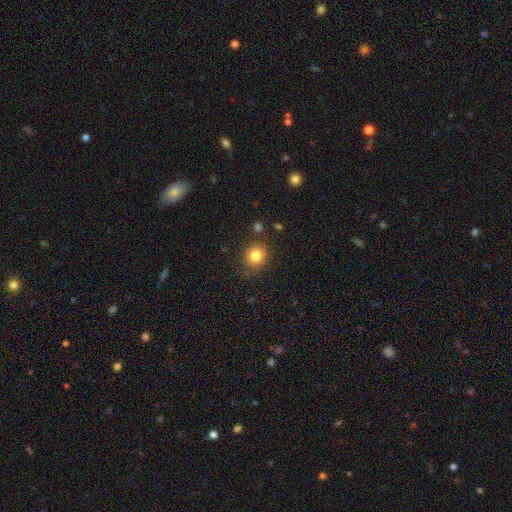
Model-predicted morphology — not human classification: Smooth or featured? smooth (82%)
How rounded? round (87%)
Merging? none (84%)